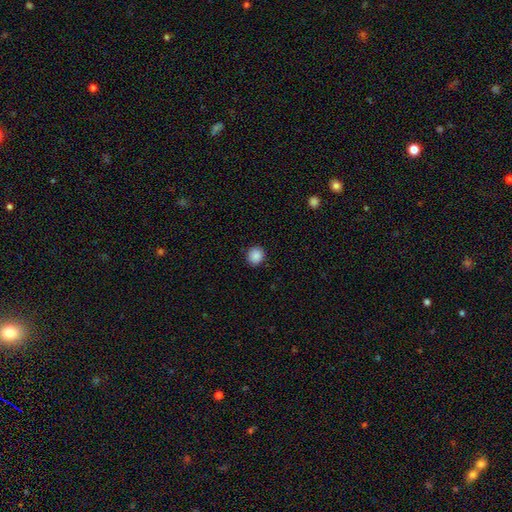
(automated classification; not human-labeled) Smooth or featured?
  - smooth: 88% *
  - star or artifact: 9%
  - featured or disk: 3%
How rounded?
  - round: 88% *
  - in between: 11%
  - cigar-shaped: 1%
Merging?
  - none: 90% *
  - minor disturbance: 7%
  - major disturbance: 2%
  - merger: 1%